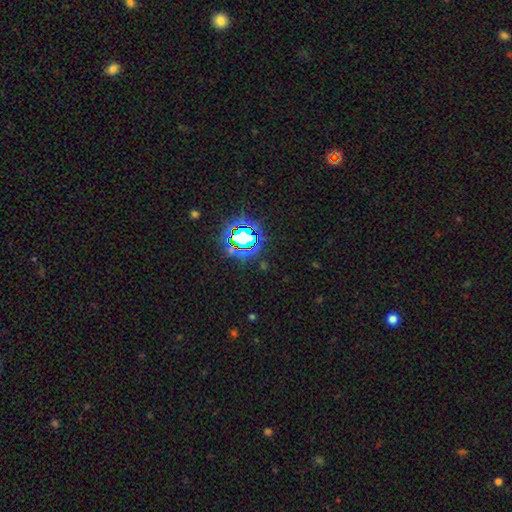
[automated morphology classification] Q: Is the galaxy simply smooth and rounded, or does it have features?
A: star or artifact — 80%.